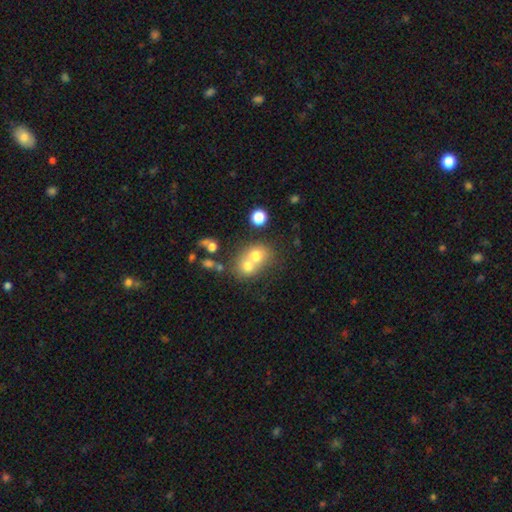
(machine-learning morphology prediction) Smooth or featured: smooth — 69% (featured or disk — 19%)
How rounded: round — 70% (in between — 29%)
Merging: merger — 65% (none — 26%)